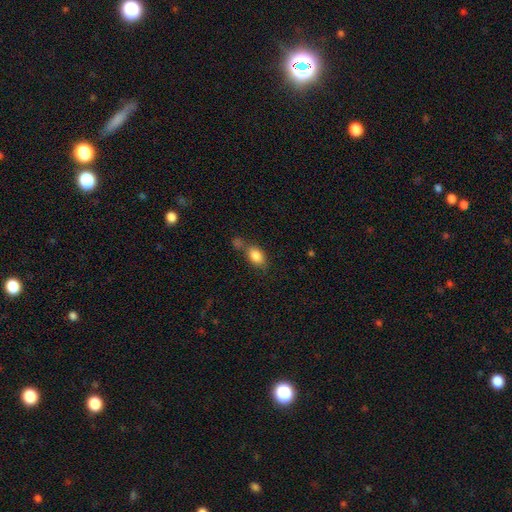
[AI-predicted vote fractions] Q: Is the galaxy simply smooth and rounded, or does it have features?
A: smooth — 85%.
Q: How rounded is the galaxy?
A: in between — 84%.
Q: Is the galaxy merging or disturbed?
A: none — 50%.